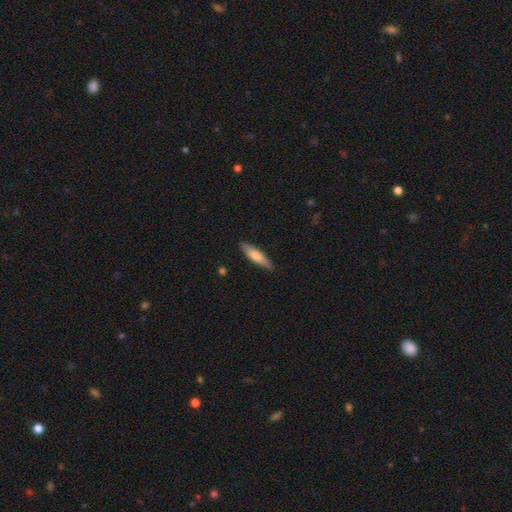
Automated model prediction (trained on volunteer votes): A smooth galaxy with no disk features (71%) that is cigar-shaped (70%). Merging: none (85%).